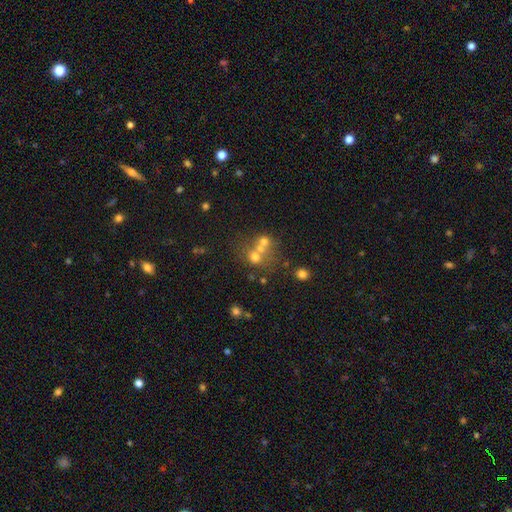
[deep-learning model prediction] Smooth or featured?
  - smooth: 52% *
  - star or artifact: 24%
  - featured or disk: 24%
How rounded?
  - round: 78% *
  - in between: 21%
  - cigar-shaped: 1%
Merging?
  - merger: 50% *
  - none: 38%
  - minor disturbance: 7%
  - major disturbance: 5%